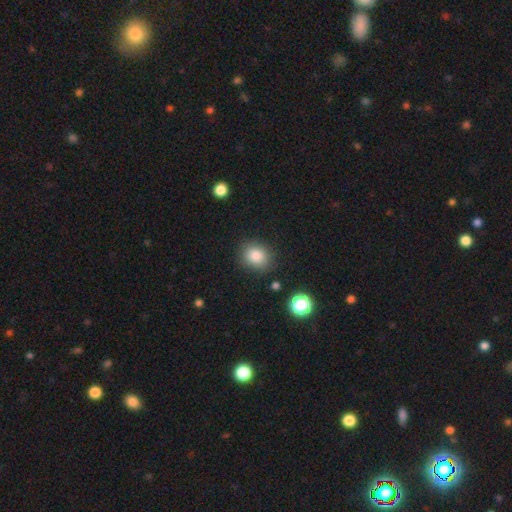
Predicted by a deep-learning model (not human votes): Q: Smooth or featured?
A: smooth (84%); runner-up: star or artifact (10%)
Q: How rounded?
A: round (64%); runner-up: in between (35%)
Q: Merging?
A: none (84%); runner-up: minor disturbance (11%)